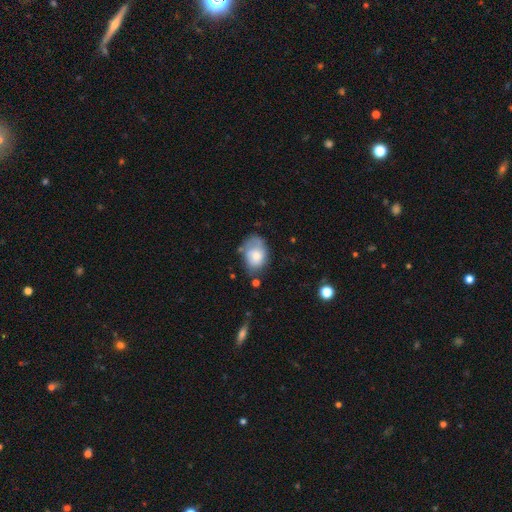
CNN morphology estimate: Smooth or featured? Predicted: smooth (p=0.64). How rounded? Predicted: in between (p=0.77). Merging? Predicted: none (p=0.44).